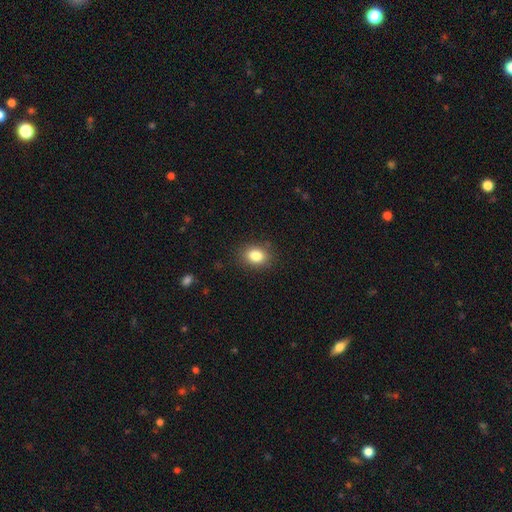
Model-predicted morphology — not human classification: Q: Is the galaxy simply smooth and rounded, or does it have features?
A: smooth — 83%.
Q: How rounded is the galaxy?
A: in between — 57%.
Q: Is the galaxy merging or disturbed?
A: none — 86%.